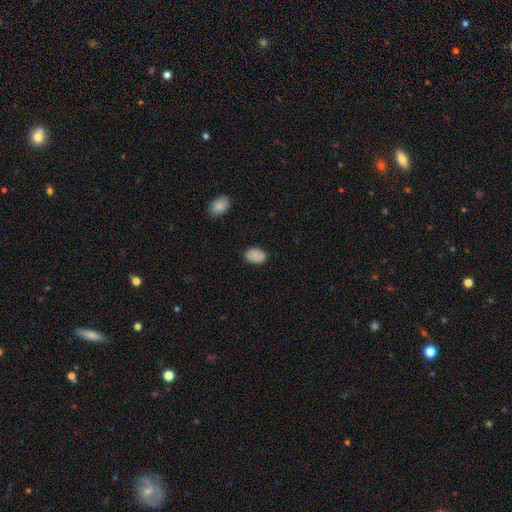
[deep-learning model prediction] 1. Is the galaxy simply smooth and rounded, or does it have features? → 85% smooth, 8% star or artifact, 7% featured or disk.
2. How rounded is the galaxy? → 85% in between, 14% round, 1% cigar-shaped.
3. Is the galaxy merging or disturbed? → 85% none, 11% minor disturbance, 2% major disturbance, 1% merger.